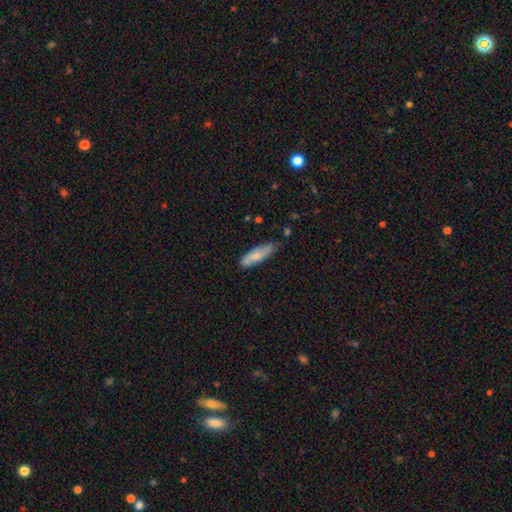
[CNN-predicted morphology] smooth-or-featured: smooth: 73% | featured or disk: 21% | star or artifact: 6%
  how-rounded: cigar-shaped: 63% | in between: 36% | round: 2%
  merging: none: 64% | minor disturbance: 28% | major disturbance: 4% | merger: 3%